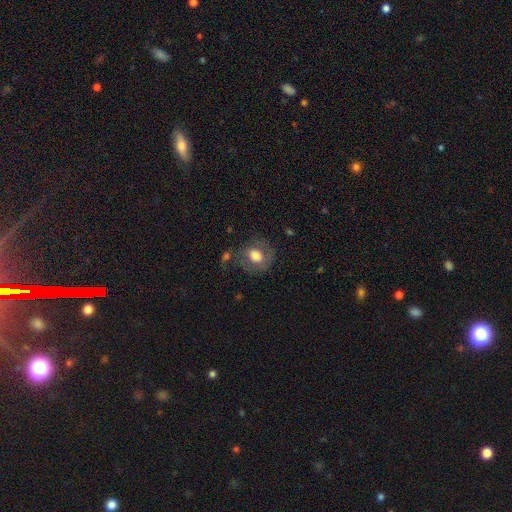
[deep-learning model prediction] Smooth or featured? smooth (57%)
How rounded? round (67%)
Merging? none (60%)